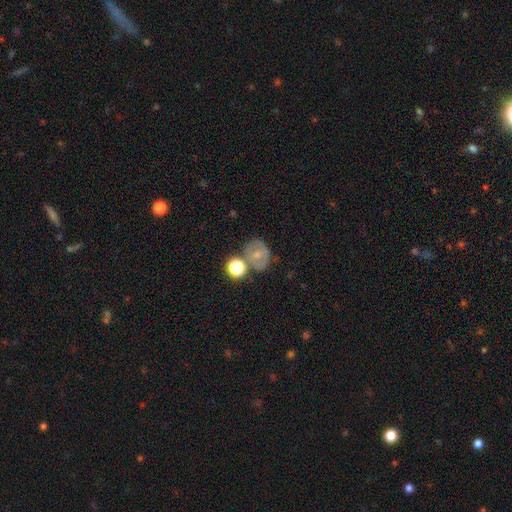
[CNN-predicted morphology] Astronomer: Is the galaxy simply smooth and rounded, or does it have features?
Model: smooth — 54% (runner-up: featured or disk, 32%).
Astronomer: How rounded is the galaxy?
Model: round — 64%.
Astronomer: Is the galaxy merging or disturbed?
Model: none — 51%.